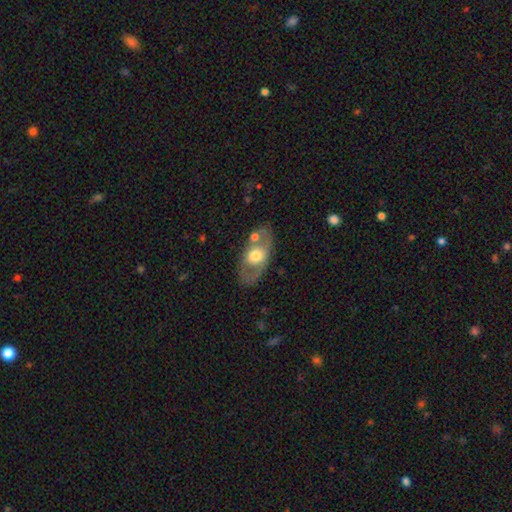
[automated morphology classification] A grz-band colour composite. It shows a featured or disk galaxy (50%). Merging: none (66%).